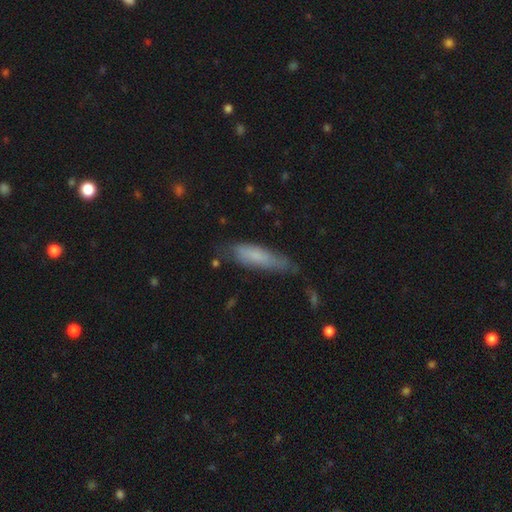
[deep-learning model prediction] A smooth galaxy with no disk features (71%) that is cigar-shaped (66%). Merging: none (53%).